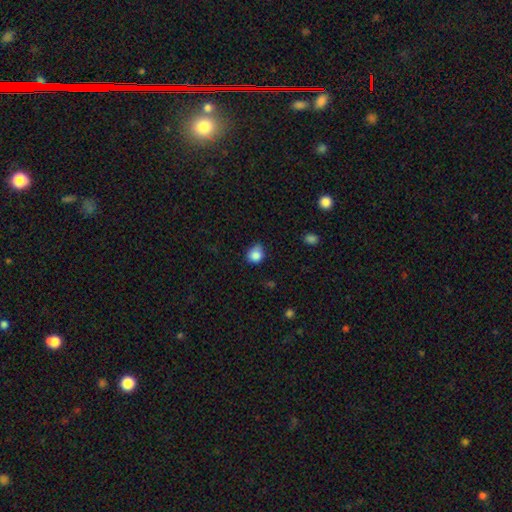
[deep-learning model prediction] This appears to be a smooth galaxy with no disk features (84%) that is round (72%). Merging: none (50%).